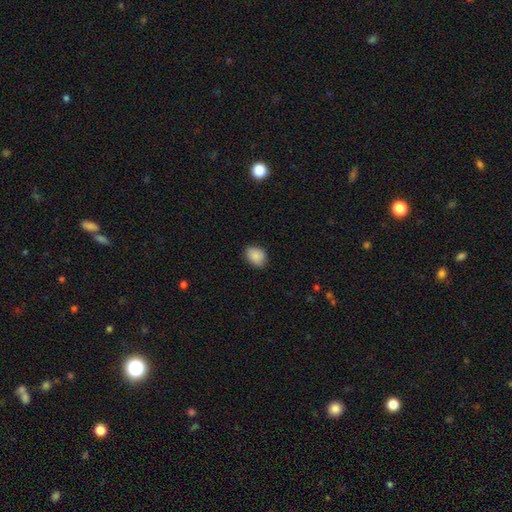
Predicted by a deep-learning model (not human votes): The model was most divided on "how rounded": in between: 61%, round: 38%, cigar-shaped: 1%. More confident: smooth or featured — smooth (88%); merging — none (81%).